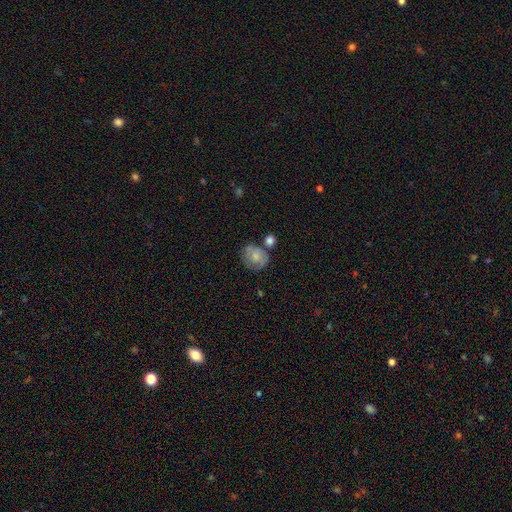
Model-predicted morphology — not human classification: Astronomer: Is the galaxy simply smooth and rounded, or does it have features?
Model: smooth — 59%.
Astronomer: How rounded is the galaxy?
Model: round — 67%.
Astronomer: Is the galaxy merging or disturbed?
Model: none — 56%.